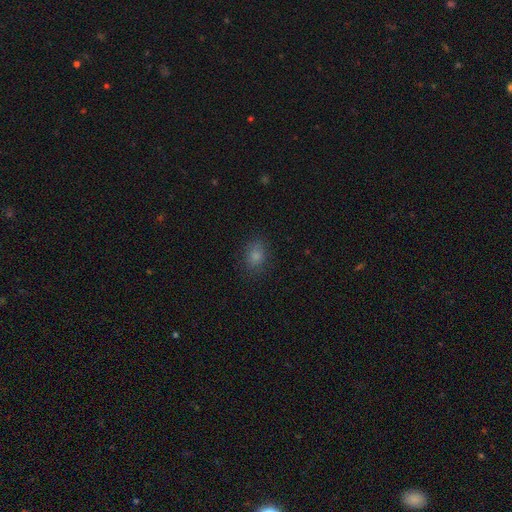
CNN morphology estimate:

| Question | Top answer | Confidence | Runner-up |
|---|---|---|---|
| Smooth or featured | smooth | 81% | star or artifact (12%) |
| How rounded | in between | 60% | round (38%) |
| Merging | none | 81% | minor disturbance (14%) |